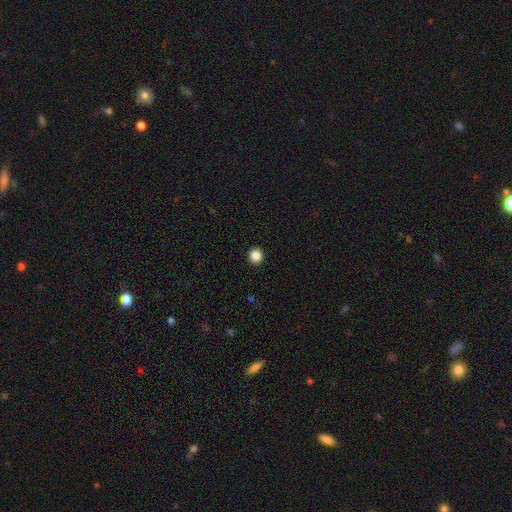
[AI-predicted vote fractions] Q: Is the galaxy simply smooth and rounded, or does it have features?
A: smooth — 86%.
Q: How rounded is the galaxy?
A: round — 93%.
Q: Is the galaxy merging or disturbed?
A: none — 94%.